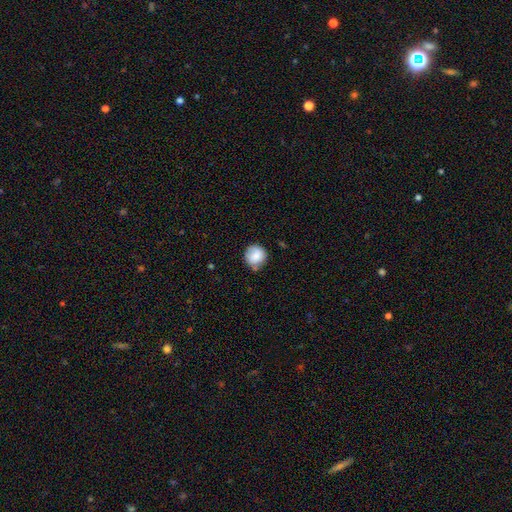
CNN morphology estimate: This is clearly a smooth galaxy (84%). How rounded: clearly round (91%). Merging: likely none (74%).